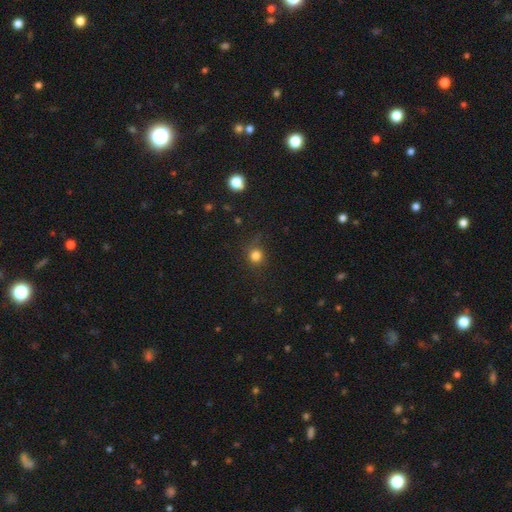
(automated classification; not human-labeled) smooth 81%, star or artifact 15%, featured or disk 5%. Down the decision tree: how rounded — round (91%); merging — none (85%).